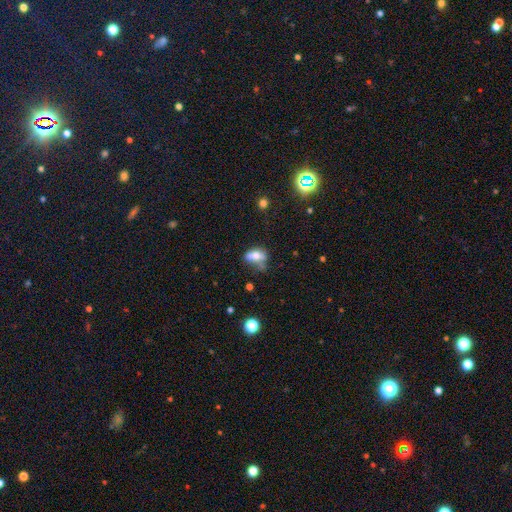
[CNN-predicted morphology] Overall: smooth (65%). How rounded: in between (79%). Merging: none (35%; minor disturbance 30%).